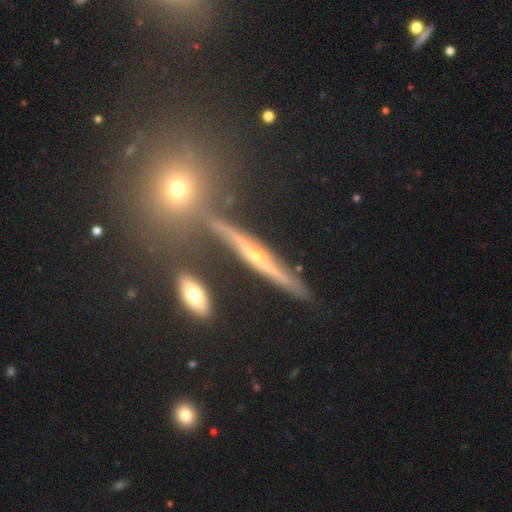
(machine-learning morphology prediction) Q: Smooth or featured?
A: featured or disk (70%); runner-up: smooth (16%)
Q: Edge-on disk?
A: yes (90%); runner-up: no (10%)
Q: Edge-on bulge?
A: rounded (80%); runner-up: none (15%)
Q: Merging?
A: none (81%); runner-up: minor disturbance (11%)